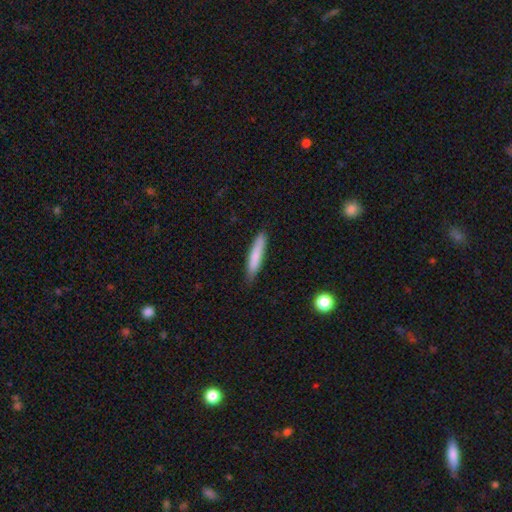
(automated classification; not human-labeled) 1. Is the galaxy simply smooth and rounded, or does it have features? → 79% smooth, 15% featured or disk, 6% star or artifact.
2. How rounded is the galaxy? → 89% cigar-shaped, 10% in between, 1% round.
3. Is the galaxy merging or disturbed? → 82% none, 14% minor disturbance, 2% major disturbance, 1% merger.